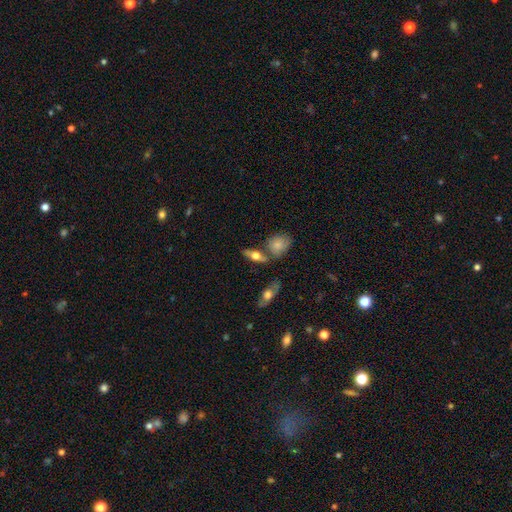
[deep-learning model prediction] A smooth galaxy with no disk features (49%).

Vote fractions:
- Smooth or featured? smooth: 49% / featured or disk: 43% / star or artifact: 8%
- Merging? none: 67% / merger: 15% / minor disturbance: 13% / major disturbance: 4%